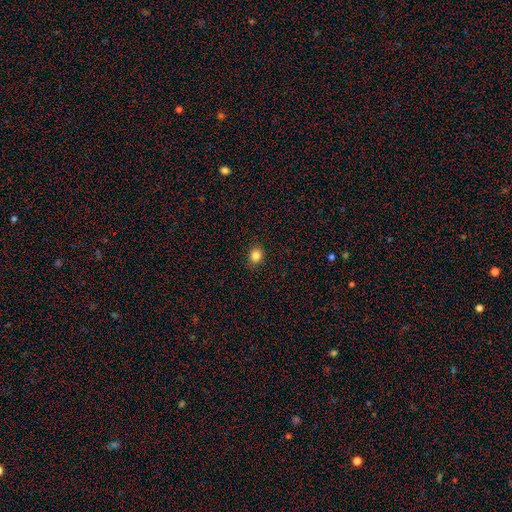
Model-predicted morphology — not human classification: Q: Smooth or featured?
A: smooth (84%); runner-up: star or artifact (11%)
Q: How rounded?
A: round (63%); runner-up: in between (36%)
Q: Merging?
A: none (90%); runner-up: minor disturbance (7%)